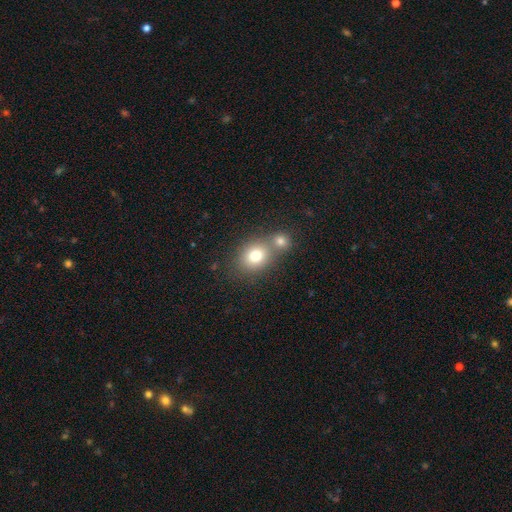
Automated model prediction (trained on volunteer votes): Smooth or featured?
  - smooth: 76% *
  - star or artifact: 12%
  - featured or disk: 12%
How rounded?
  - round: 61% *
  - in between: 38%
  - cigar-shaped: 1%
Merging?
  - none: 46% *
  - merger: 42%
  - minor disturbance: 8%
  - major disturbance: 3%